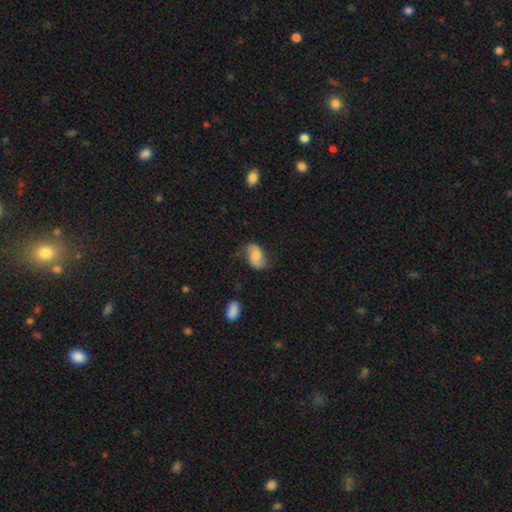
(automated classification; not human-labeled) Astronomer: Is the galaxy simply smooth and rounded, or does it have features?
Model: smooth — 53% (runner-up: featured or disk, 39%).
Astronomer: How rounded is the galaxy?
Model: in between — 88%.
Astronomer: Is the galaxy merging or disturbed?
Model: none — 66%.